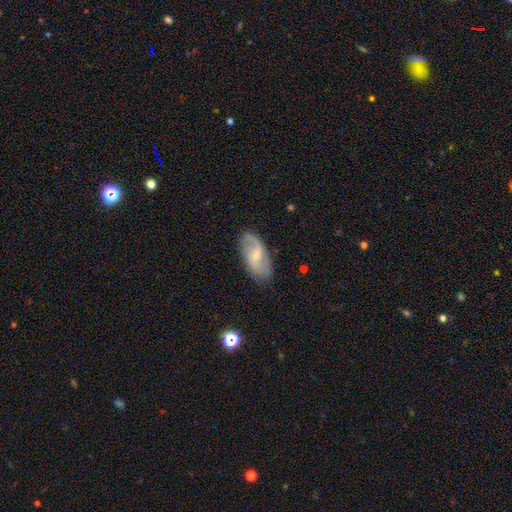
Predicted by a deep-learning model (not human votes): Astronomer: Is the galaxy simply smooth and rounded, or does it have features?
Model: featured or disk — 67%.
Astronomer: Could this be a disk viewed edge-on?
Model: no — 94%.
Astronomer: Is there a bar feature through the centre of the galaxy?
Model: weak — 52% (runner-up: no, 35%).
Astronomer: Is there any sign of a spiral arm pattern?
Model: yes — 89%.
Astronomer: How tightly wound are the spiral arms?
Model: loose — 44% (runner-up: medium, 39%).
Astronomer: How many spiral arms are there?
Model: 2 — 73%.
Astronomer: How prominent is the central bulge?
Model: small — 62%.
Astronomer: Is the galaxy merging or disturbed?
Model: none — 73%.